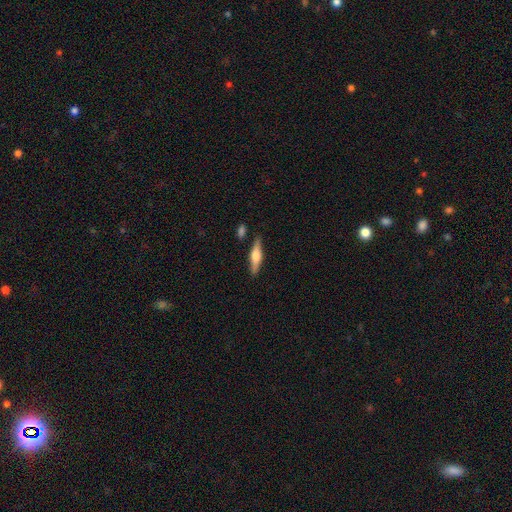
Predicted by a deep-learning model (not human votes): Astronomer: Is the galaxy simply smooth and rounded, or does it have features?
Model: featured or disk — 52% (runner-up: smooth, 42%).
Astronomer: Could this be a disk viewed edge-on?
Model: yes — 95%.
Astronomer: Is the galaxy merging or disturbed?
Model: none — 83%.